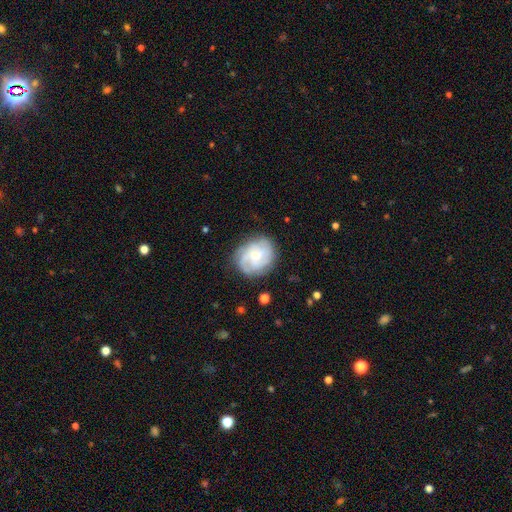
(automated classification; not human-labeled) A featured or disk galaxy (70%) with no bar (65%), tight (49%) spiral arms (91%) and a small central bulge (59%).

Vote fractions:
- Smooth or featured? featured or disk: 70% / smooth: 23% / star or artifact: 7%
- Edge-on disk? no: 98% / yes: 2%
- Bar? no: 65% / weak: 31% / strong: 4%
- Spiral arms? yes: 91% / no: 9%
- Spiral winding? tight: 49% / medium: 37% / loose: 14%
- Spiral arm count? can't tell: 31% / 3: 29% / 4: 16% / 2: 14% / more than 4: 5% / 1: 5%
- Bulge size? small: 59% / moderate: 32% / none: 4% / large: 3% / dominant: 1%
- Merging? none: 75% / minor disturbance: 17% / major disturbance: 7% / merger: 2%